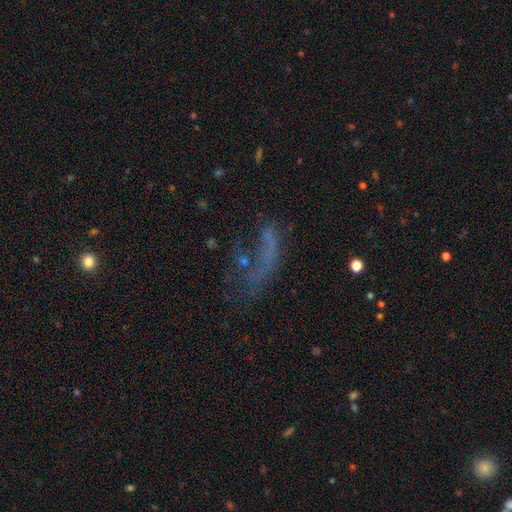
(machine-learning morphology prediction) Smooth or featured? Predicted: featured or disk (p=0.36). Merging? Predicted: none (p=0.38).